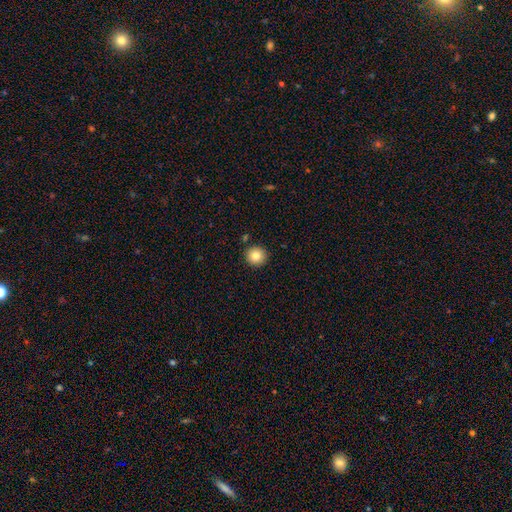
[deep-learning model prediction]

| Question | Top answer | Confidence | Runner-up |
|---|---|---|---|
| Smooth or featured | smooth | 83% | star or artifact (10%) |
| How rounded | round | 94% | in between (5%) |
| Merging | none | 89% | minor disturbance (7%) |